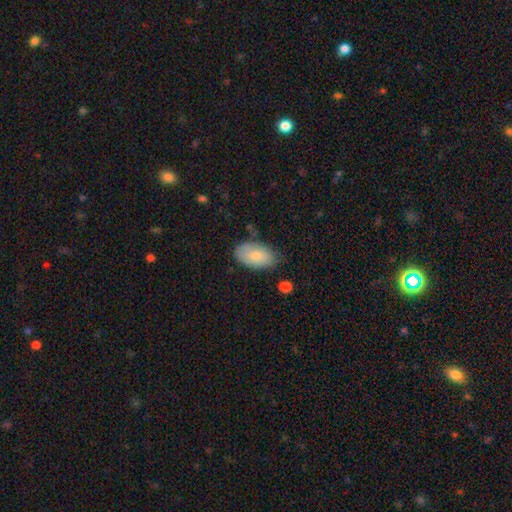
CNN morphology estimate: smooth_or_featured: smooth (p=0.81) [alt: featured or disk p=0.14]
how_rounded: in between (p=0.95) [alt: round p=0.03]
merging: none (p=0.71) [alt: minor disturbance p=0.22]